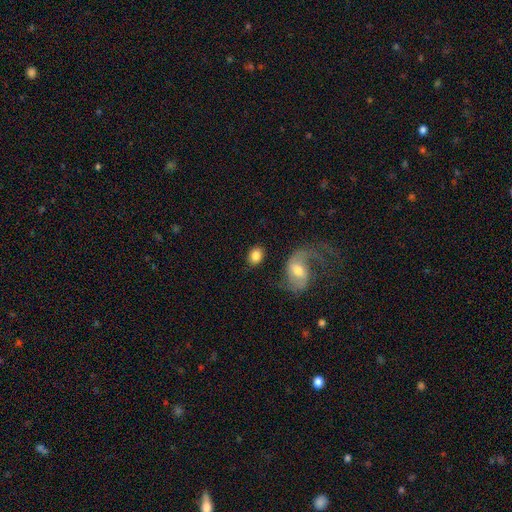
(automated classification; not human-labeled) This appears to be a smooth galaxy with no disk features (79%) that is in between round and cigar-shaped (64%). Merging: none (76%).